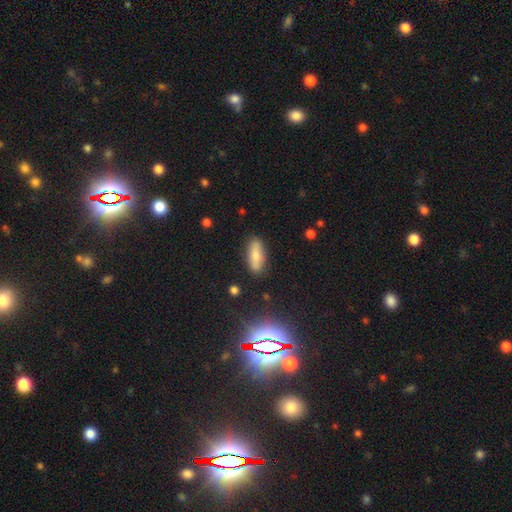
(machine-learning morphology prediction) A smooth galaxy with no disk features (71%) that is in between round and cigar-shaped (65%). Merging: none (84%).